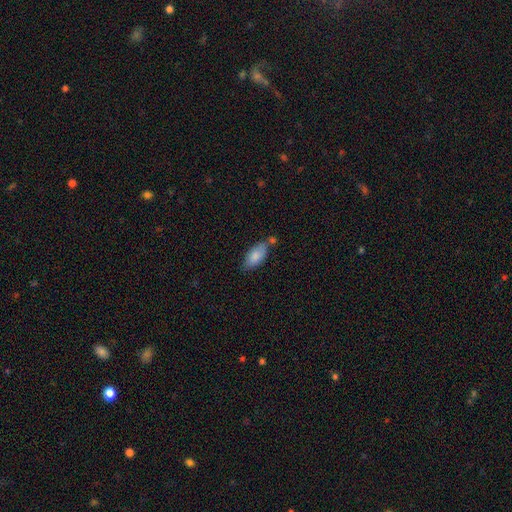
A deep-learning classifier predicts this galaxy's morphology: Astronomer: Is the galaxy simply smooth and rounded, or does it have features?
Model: smooth — 83%.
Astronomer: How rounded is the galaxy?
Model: in between — 87%.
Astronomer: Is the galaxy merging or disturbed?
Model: none — 59%.